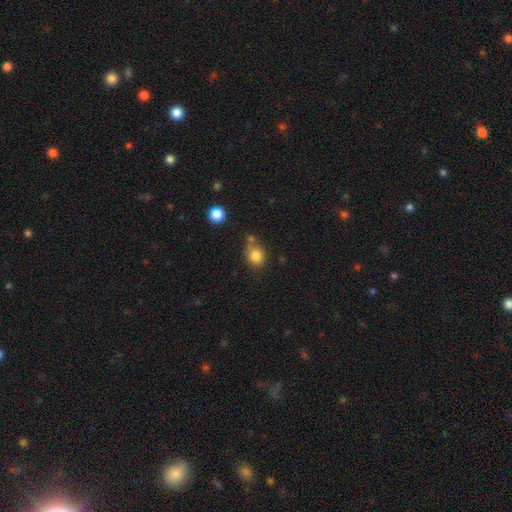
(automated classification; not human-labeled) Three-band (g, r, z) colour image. It shows a smooth galaxy with no disk features (82%) that is round (78%). Merging: none (59%).